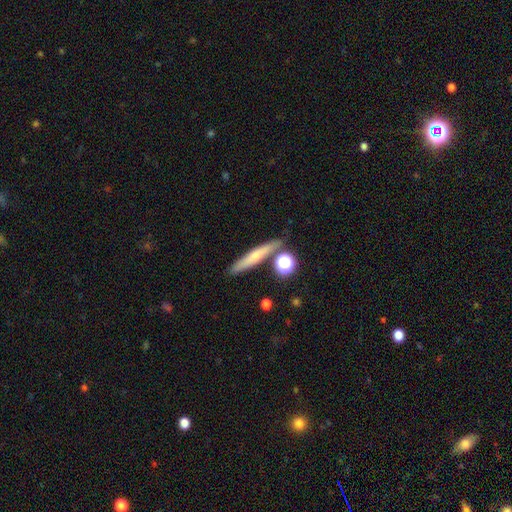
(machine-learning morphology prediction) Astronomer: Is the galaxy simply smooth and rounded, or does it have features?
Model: smooth — 46% (runner-up: featured or disk, 43%).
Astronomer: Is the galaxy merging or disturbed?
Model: none — 78%.